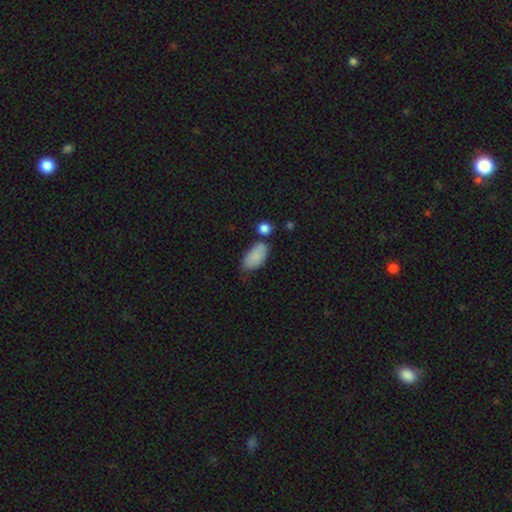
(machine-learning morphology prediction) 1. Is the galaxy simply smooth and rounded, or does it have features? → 86% smooth, 7% star or artifact, 7% featured or disk.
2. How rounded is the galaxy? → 93% in between, 4% cigar-shaped, 3% round.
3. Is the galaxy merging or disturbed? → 56% none, 26% minor disturbance, 11% merger, 7% major disturbance.